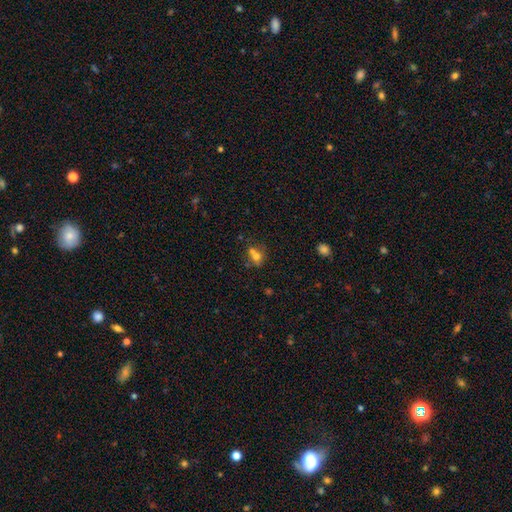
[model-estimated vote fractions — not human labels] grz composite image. It shows a smooth galaxy with no disk features (64%) that is round (69%). Merging: merger (50%).